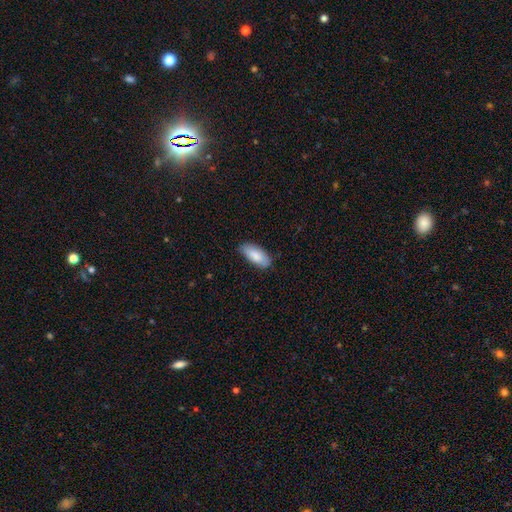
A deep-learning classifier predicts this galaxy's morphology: Overall: smooth (86%). How rounded: in between (87%). Merging: none (82%).